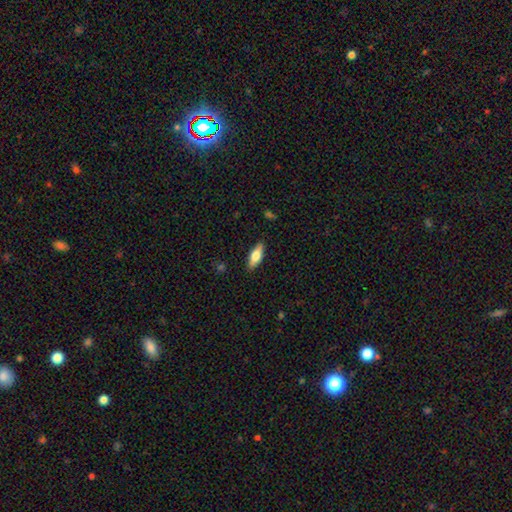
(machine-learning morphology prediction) Smooth or featured? Predicted: smooth (p=0.67). How rounded? Predicted: in between (p=0.69). Merging? Predicted: none (p=0.88).